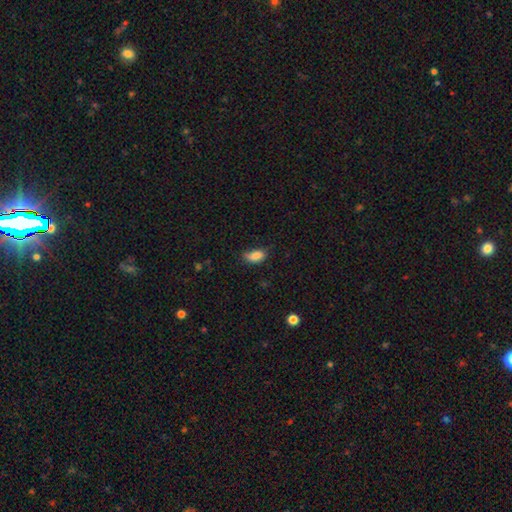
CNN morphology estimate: Overall: smooth (85%). How rounded: in between (90%). Merging: none (58%; minor disturbance 32%).